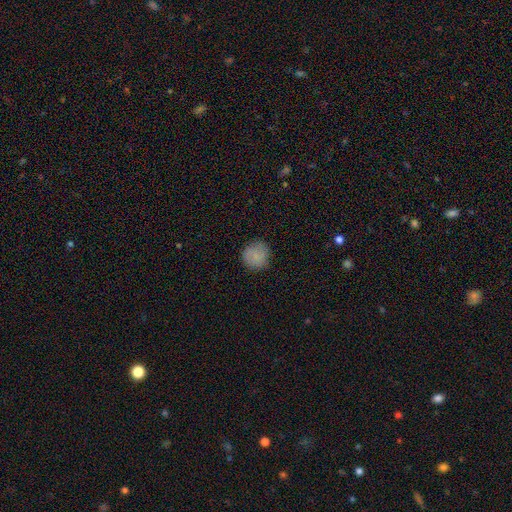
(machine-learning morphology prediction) Smooth or featured? Predicted: smooth (p=0.84). How rounded? Predicted: round (p=0.92). Merging? Predicted: none (p=0.85).